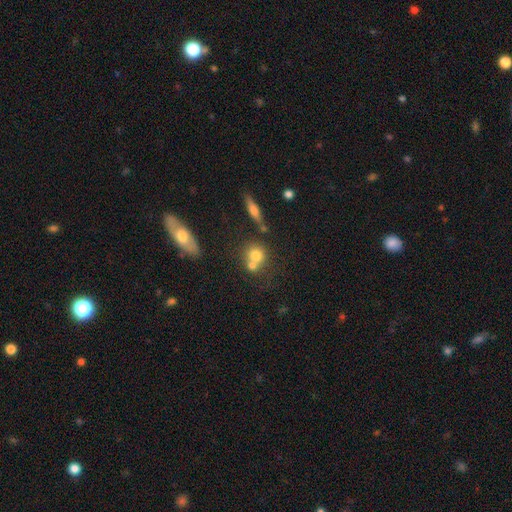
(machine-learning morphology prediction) This is likely a smooth galaxy (72%). How rounded: clearly round (80%). Merging: marginally none (44%).